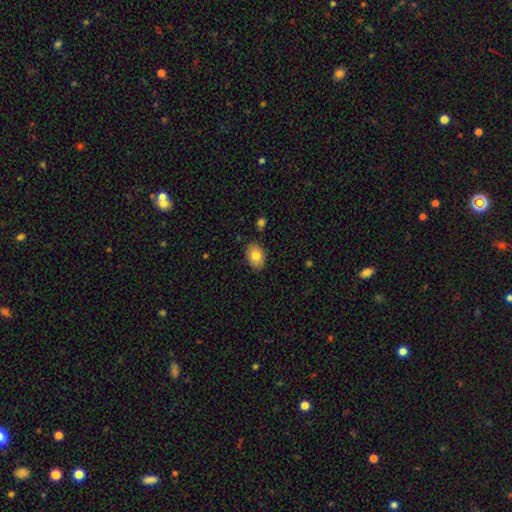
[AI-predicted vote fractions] A smooth galaxy with no disk features (81%) that is in between round and cigar-shaped (81%). Merging: none (85%).